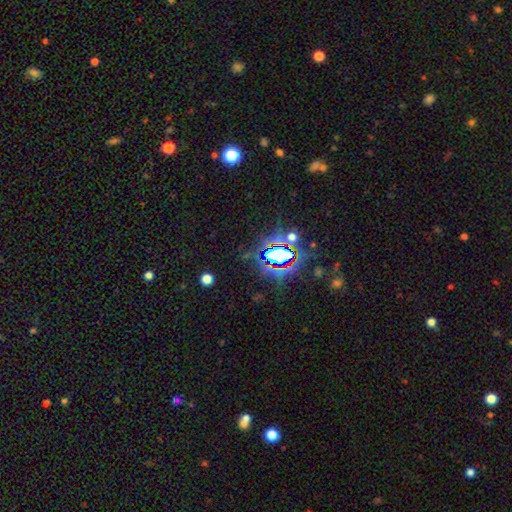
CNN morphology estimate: Overall: star or artifact (80%).